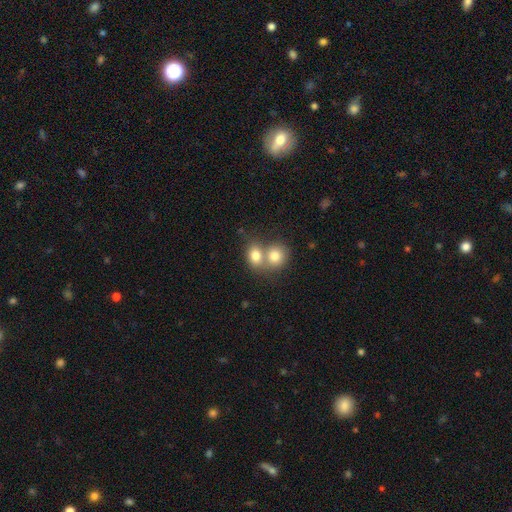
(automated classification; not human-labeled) Smooth or featured? Predicted: smooth (p=0.79). How rounded? Predicted: round (p=0.54). Merging? Predicted: merger (p=0.63).